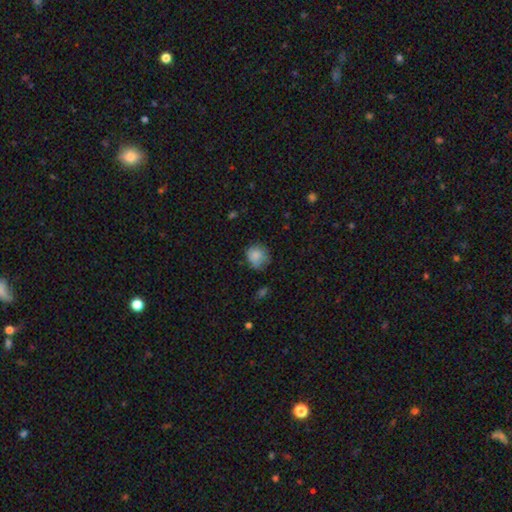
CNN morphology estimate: A smooth galaxy with no disk features (82%) that is round (79%).

Vote fractions:
- Smooth or featured? smooth: 82% / featured or disk: 9% / star or artifact: 9%
- How rounded? round: 79% / in between: 20% / cigar-shaped: 1%
- Merging? none: 63% / minor disturbance: 27% / major disturbance: 8% / merger: 2%